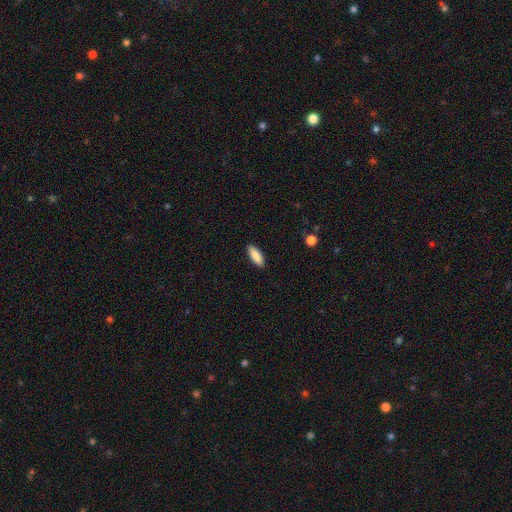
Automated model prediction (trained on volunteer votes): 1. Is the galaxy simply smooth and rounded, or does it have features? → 89% smooth, 6% star or artifact, 5% featured or disk.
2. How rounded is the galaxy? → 66% in between, 33% cigar-shaped, 2% round.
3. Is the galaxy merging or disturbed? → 90% none, 8% minor disturbance, 2% major disturbance, 1% merger.